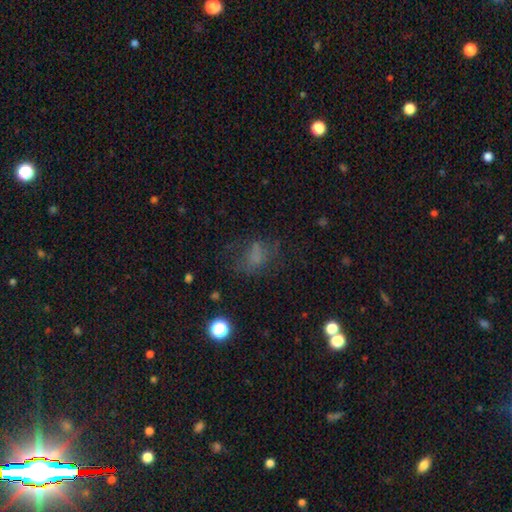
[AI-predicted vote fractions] smooth 53%, featured or disk 24%, star or artifact 23%. Down the decision tree: how rounded — in between (64%); merging — none (50%).